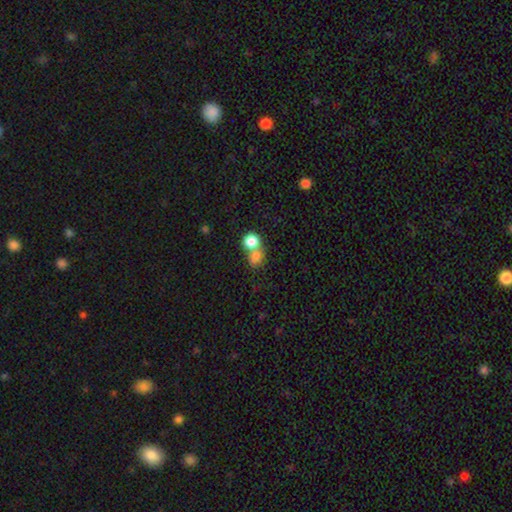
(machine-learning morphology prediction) smooth_or_featured: smooth (p=0.80) [alt: featured or disk p=0.10]
how_rounded: round (p=0.75) [alt: in between p=0.24]
merging: merger (p=0.60) [alt: none p=0.31]